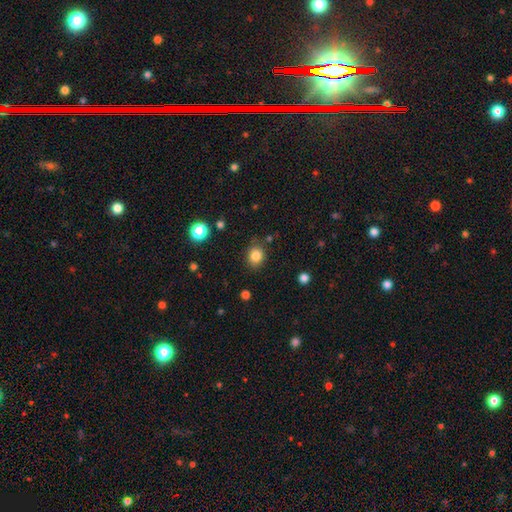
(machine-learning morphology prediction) A smooth galaxy with no disk features (84%) that is round (68%). Merging: none (81%).